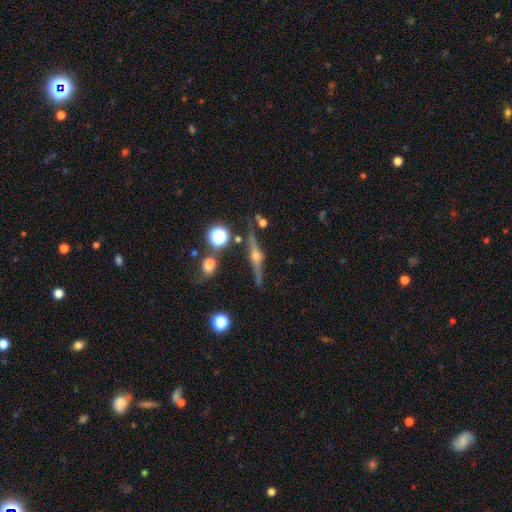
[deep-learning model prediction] Smooth or featured? featured or disk (81%)
Edge-on disk? yes (96%)
Edge-on bulge? rounded (94%)
Merging? none (83%)